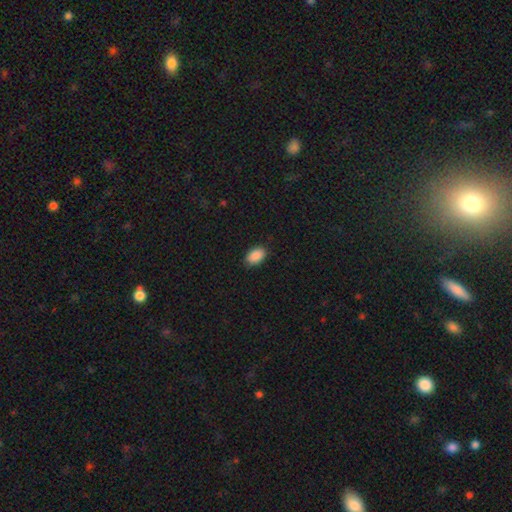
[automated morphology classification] This appears to be a smooth galaxy with no disk features (90%) that is in between round and cigar-shaped (91%). Merging: none (87%).